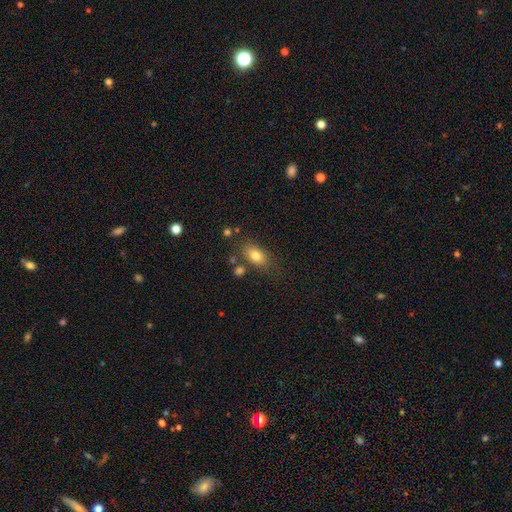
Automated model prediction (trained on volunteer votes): Smooth or featured? smooth (80%)
How rounded? in between (85%)
Merging? none (73%)